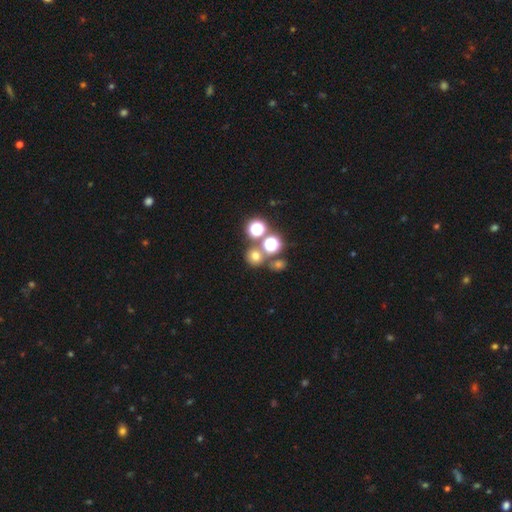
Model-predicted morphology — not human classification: type=smooth (63%); roundness=round (86%); merging=none (66%).